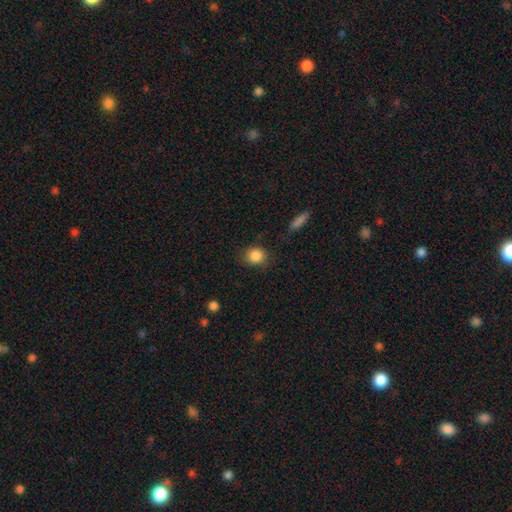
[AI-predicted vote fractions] Q: Smooth or featured?
A: smooth (87%); runner-up: star or artifact (9%)
Q: How rounded?
A: round (77%); runner-up: in between (22%)
Q: Merging?
A: none (80%); runner-up: minor disturbance (14%)